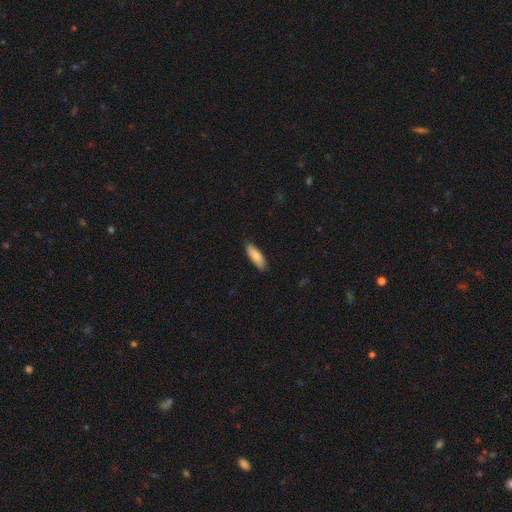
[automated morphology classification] type=smooth (84%); roundness=in between (66%); merging=none (85%).